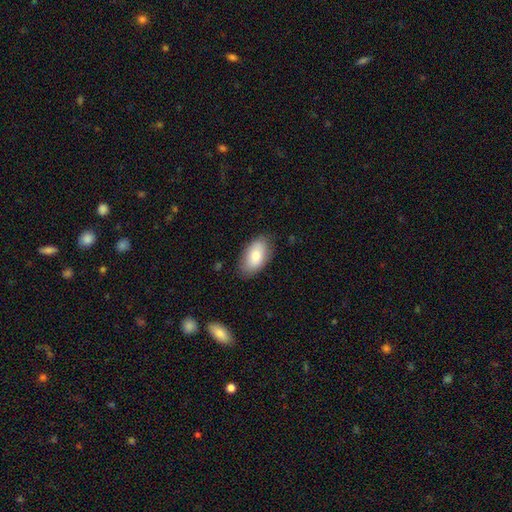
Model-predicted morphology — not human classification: smooth-or-featured: smooth: 80% | featured or disk: 14% | star or artifact: 6%
  how-rounded: in between: 94% | round: 4% | cigar-shaped: 2%
  merging: none: 80% | minor disturbance: 15% | major disturbance: 3% | merger: 1%